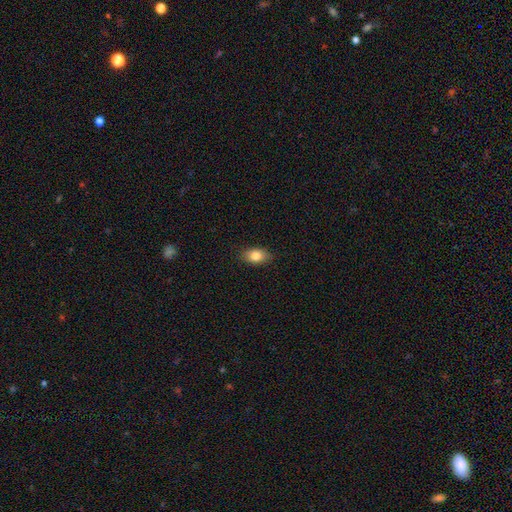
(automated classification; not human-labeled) Q: Smooth or featured?
A: smooth (82%); runner-up: featured or disk (10%)
Q: How rounded?
A: in between (84%); runner-up: round (14%)
Q: Merging?
A: none (86%); runner-up: minor disturbance (11%)